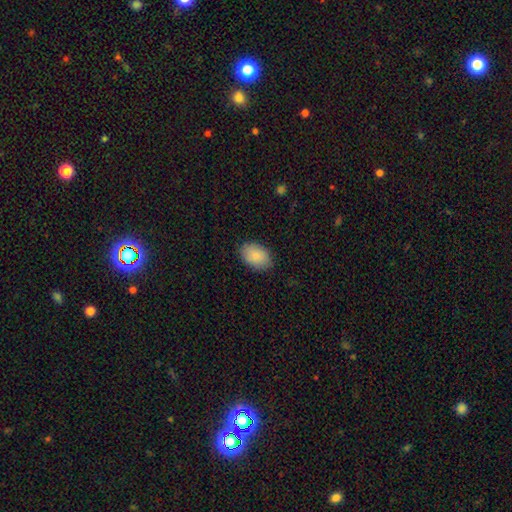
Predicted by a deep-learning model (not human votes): Smooth or featured: smooth — 87% (featured or disk — 7%)
How rounded: in between — 88% (round — 11%)
Merging: none — 87% (minor disturbance — 10%)